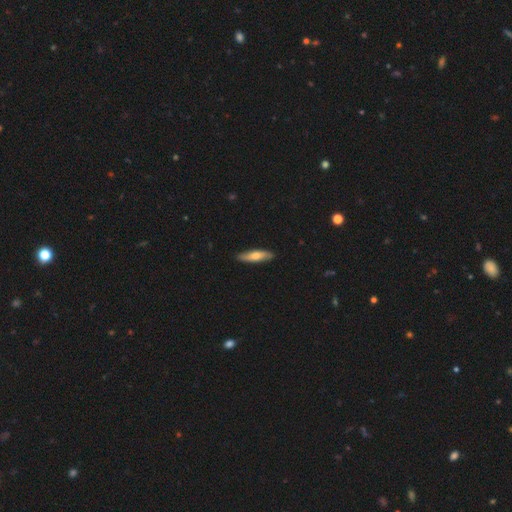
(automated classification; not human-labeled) Smooth or featured?
  - smooth: 56% *
  - featured or disk: 38%
  - star or artifact: 5%
How rounded?
  - cigar-shaped: 69% *
  - in between: 29%
  - round: 2%
Merging?
  - none: 87% *
  - minor disturbance: 10%
  - major disturbance: 2%
  - merger: 1%